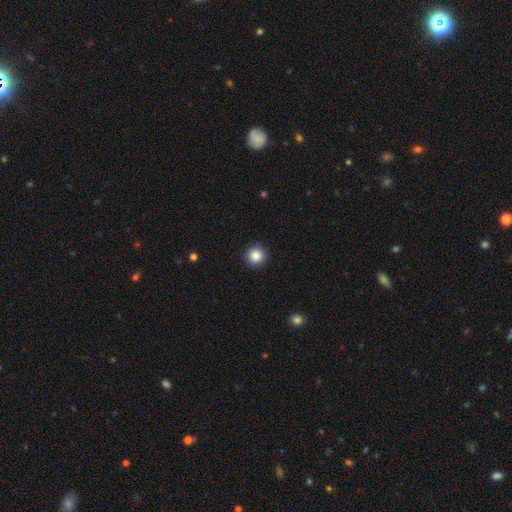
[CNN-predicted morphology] smooth-or-featured: smooth: 86% | star or artifact: 10% | featured or disk: 4%
  how-rounded: round: 96% | in between: 3% | cigar-shaped: 1%
  merging: none: 93% | minor disturbance: 5% | major disturbance: 2% | merger: 1%